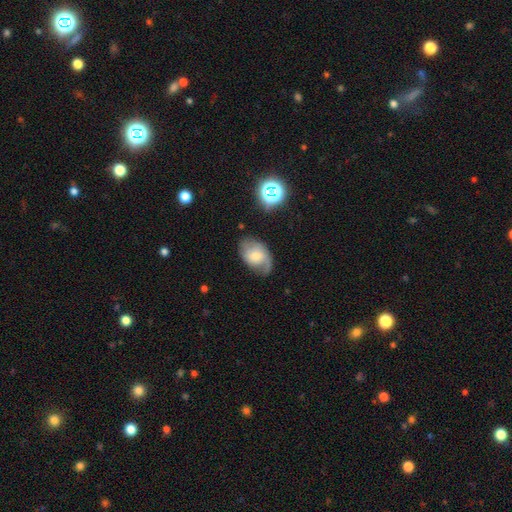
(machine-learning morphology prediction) The model was most divided on "bulge size": moderate: 46%, small: 44%, large: 5%, none: 3%, dominant: 1%. More confident: edge-on disk — no (95%); spiral arms — yes (85%); bar — no (65%); merging — none (57%); smooth or featured — featured or disk (56%).